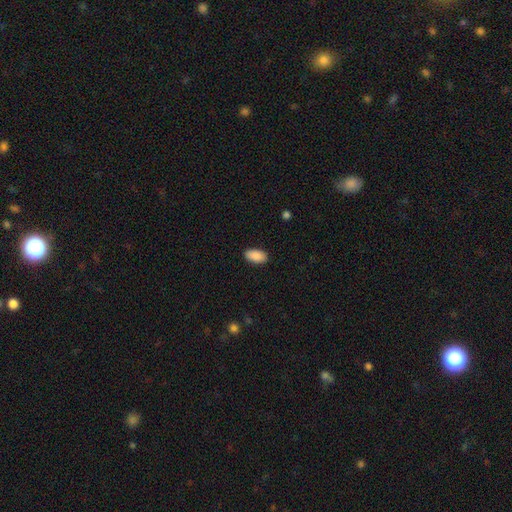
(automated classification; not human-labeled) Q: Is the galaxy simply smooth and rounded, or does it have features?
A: smooth — 89%.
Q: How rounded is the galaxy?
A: in between — 94%.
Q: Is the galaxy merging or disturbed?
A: none — 89%.